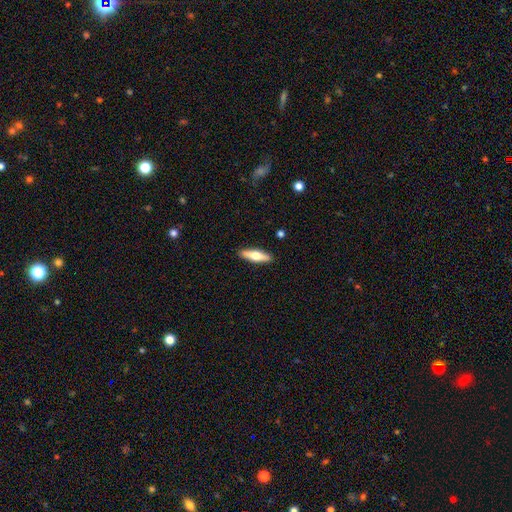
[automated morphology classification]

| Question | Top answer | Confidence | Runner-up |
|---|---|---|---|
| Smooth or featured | smooth | 48% | featured or disk (46%) |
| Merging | none | 90% | minor disturbance (7%) |